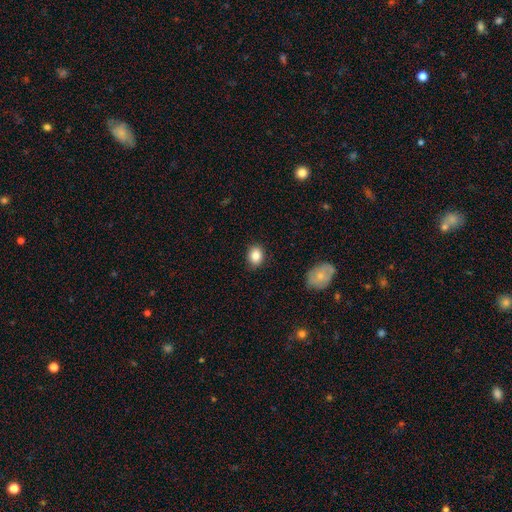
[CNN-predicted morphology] Smooth or featured?
  - smooth: 85% *
  - star or artifact: 9%
  - featured or disk: 6%
How rounded?
  - in between: 55% *
  - round: 44%
  - cigar-shaped: 1%
Merging?
  - none: 86% *
  - minor disturbance: 11%
  - major disturbance: 2%
  - merger: 1%